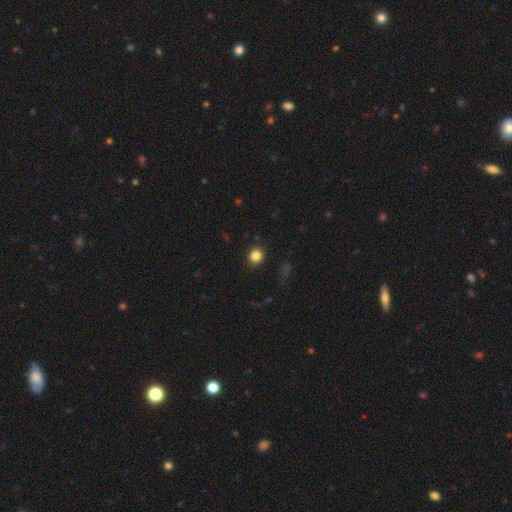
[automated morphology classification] Q: Smooth or featured?
A: smooth (84%); runner-up: star or artifact (11%)
Q: How rounded?
A: round (84%); runner-up: in between (15%)
Q: Merging?
A: none (90%); runner-up: minor disturbance (6%)